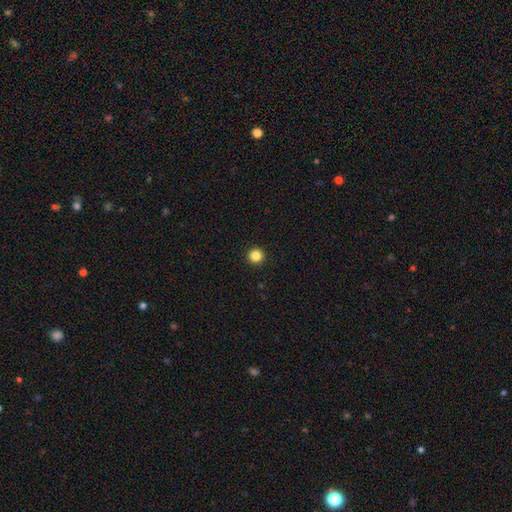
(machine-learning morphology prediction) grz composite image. It shows a smooth galaxy with no disk features (84%) that is round (97%). Merging: none (94%).